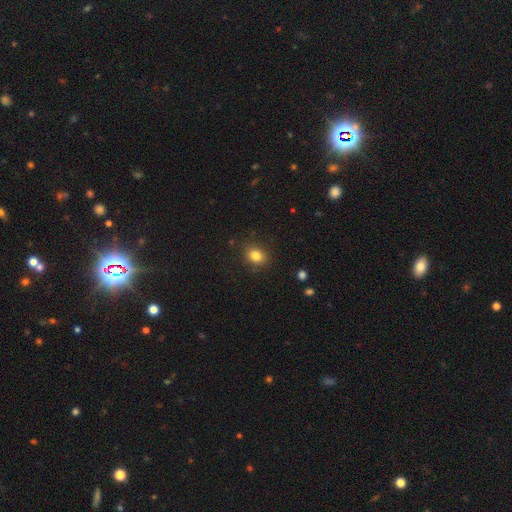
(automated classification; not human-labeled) This appears to be a smooth galaxy with no disk features (82%) that is round (58%). Merging: none (87%).